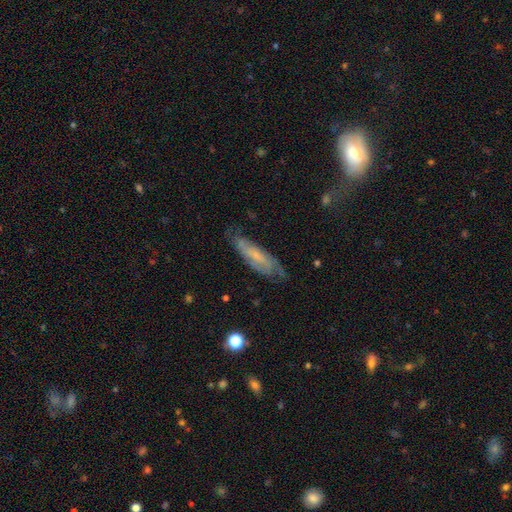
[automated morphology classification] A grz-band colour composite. It shows a featured or disk galaxy (63%). Merging: none (68%).